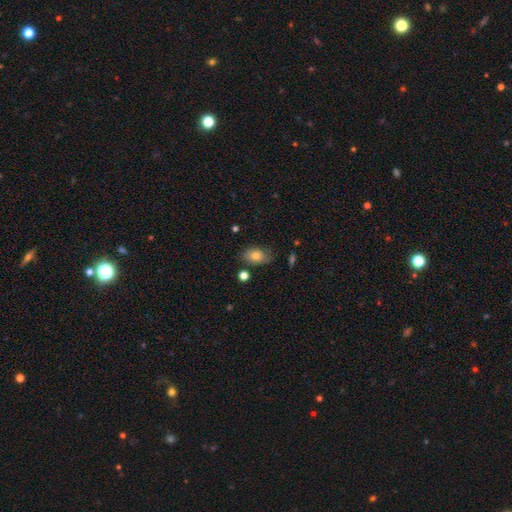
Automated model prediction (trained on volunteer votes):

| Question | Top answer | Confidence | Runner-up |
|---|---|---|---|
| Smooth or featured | smooth | 74% | featured or disk (16%) |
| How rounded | in between | 84% | round (14%) |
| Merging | none | 72% | minor disturbance (20%) |